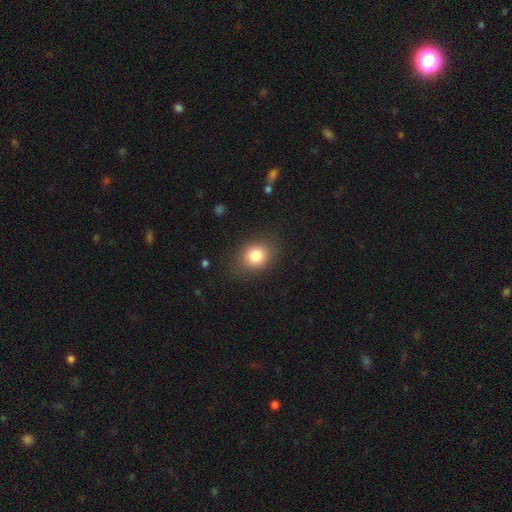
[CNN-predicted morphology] Overall: smooth (81%). How rounded: round (50%; in between 49%). Merging: none (82%).